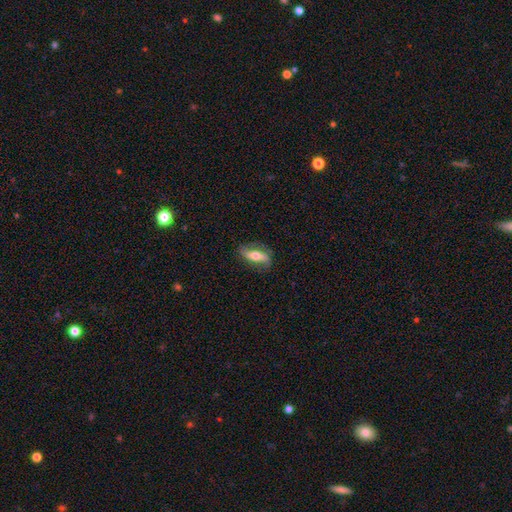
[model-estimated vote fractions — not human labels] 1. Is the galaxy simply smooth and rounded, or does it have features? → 54% featured or disk, 40% smooth, 6% star or artifact.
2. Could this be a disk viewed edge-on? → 69% no, 31% yes.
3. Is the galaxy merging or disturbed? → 76% none, 17% minor disturbance, 6% major disturbance, 1% merger.